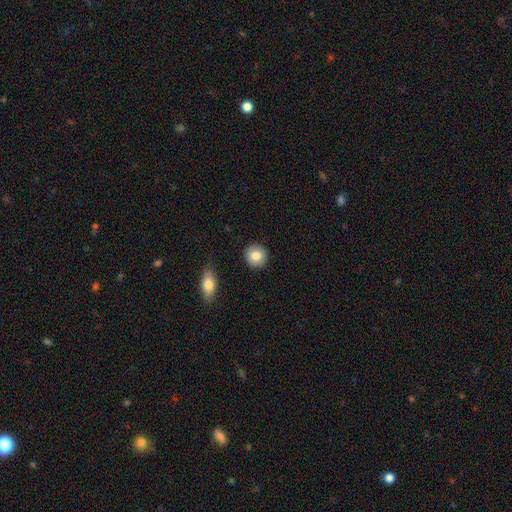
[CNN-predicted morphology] This appears to be a smooth galaxy with no disk features (83%) that is round (89%). Merging: none (90%).